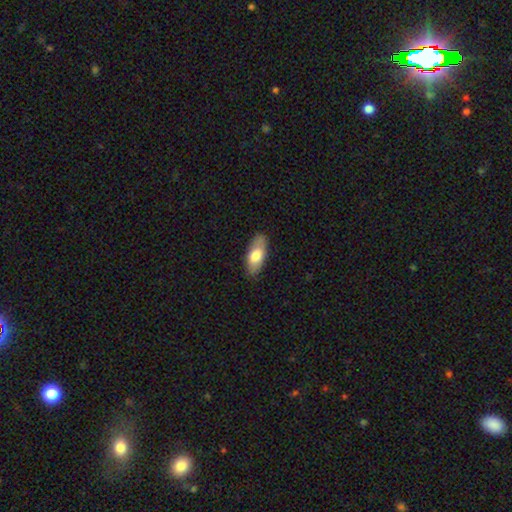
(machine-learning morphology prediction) smooth 73%, featured or disk 21%, star or artifact 6%. Down the decision tree: how rounded — in between (84%); merging — none (83%).